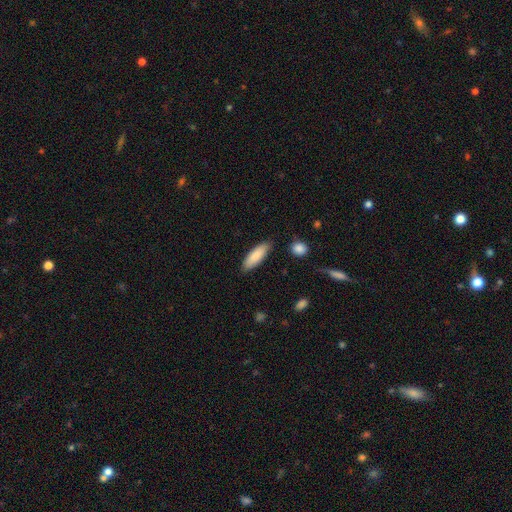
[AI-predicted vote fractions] Smooth or featured? smooth (86%)
How rounded? in between (55%)
Merging? none (84%)